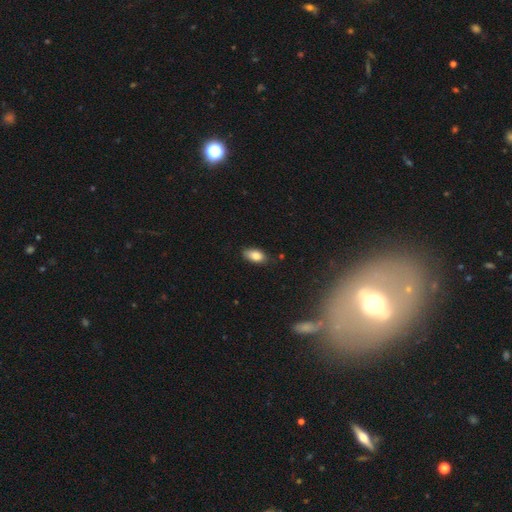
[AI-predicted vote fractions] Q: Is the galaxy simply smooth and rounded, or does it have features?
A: smooth — 84%.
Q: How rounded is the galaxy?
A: in between — 91%.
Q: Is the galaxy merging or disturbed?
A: none — 79%.